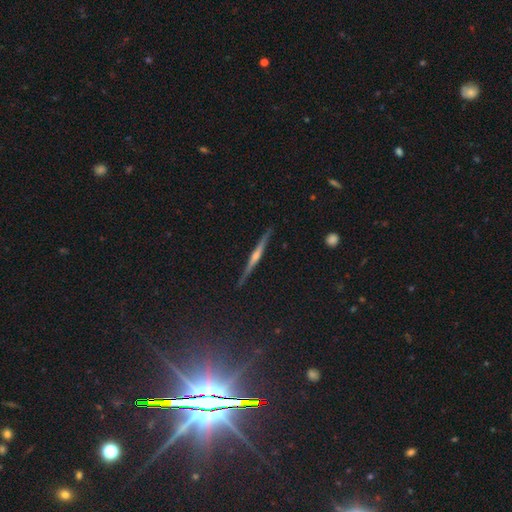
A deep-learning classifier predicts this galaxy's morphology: Smooth or featured: featured or disk — 78% (smooth — 13%)
Edge-on disk: yes — 98% (no — 2%)
Edge-on bulge: rounded — 80% (none — 12%)
Merging: none — 91% (minor disturbance — 6%)